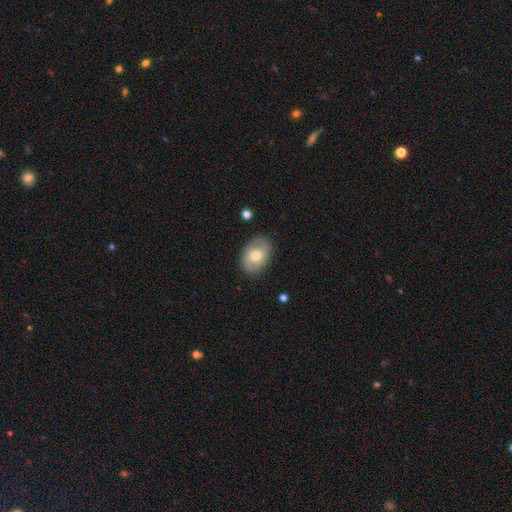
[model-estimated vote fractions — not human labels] A smooth galaxy with no disk features (55%) that is in between round and cigar-shaped (81%). Merging: none (81%).